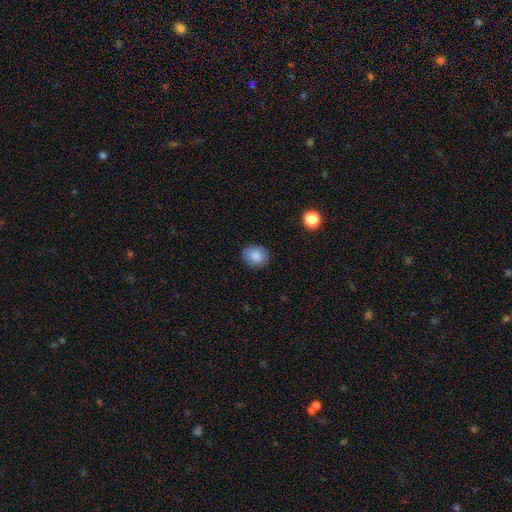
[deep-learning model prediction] Smooth or featured? smooth (85%)
How rounded? round (57%)
Merging? none (85%)